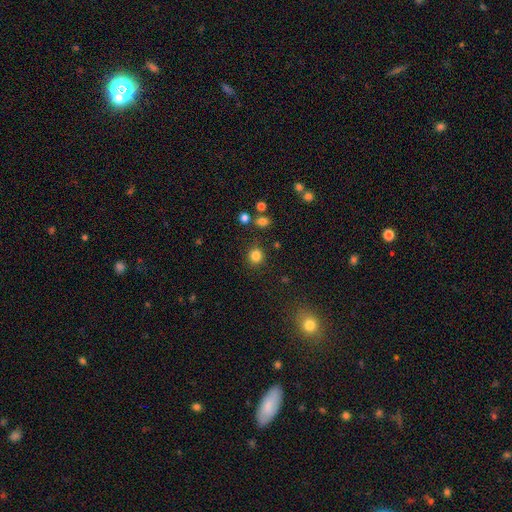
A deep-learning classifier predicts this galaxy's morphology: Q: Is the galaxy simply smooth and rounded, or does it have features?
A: smooth — 84%.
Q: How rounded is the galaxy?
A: round — 88%.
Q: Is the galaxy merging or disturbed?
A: none — 86%.